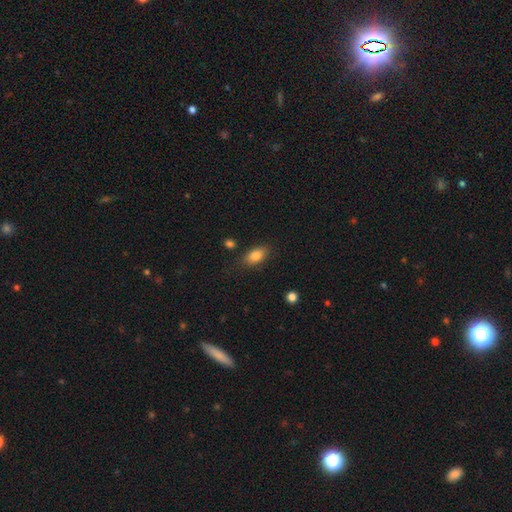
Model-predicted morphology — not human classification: This appears to be a smooth galaxy with no disk features (83%) that is in between round and cigar-shaped (87%). Merging: none (79%).